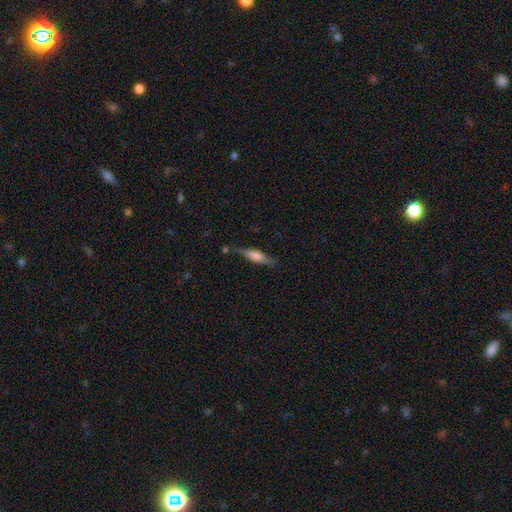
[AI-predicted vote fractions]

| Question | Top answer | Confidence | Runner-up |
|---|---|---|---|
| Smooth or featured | featured or disk | 55% | smooth (38%) |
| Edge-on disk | yes | 94% | no (6%) |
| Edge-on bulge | rounded | 70% | boxy (24%) |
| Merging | none | 75% | minor disturbance (16%) |